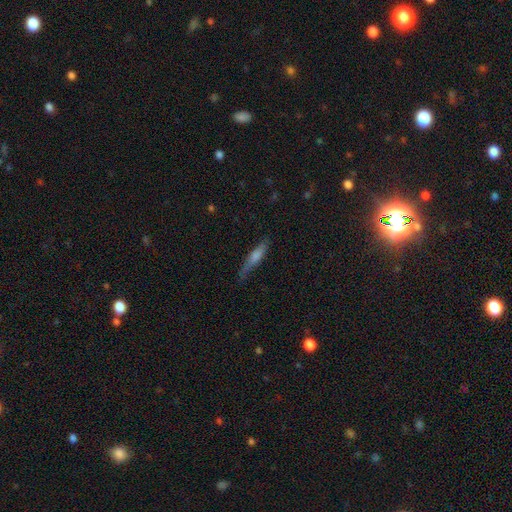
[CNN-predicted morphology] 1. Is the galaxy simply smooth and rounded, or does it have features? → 49% smooth, 43% featured or disk, 8% star or artifact.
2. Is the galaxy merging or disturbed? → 70% none, 22% minor disturbance, 6% major disturbance, 2% merger.